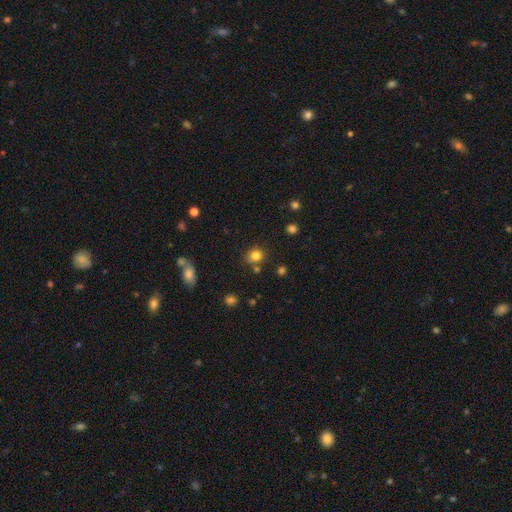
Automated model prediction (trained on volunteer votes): A smooth galaxy with no disk features (80%) that is round (70%). Merging: none (72%).